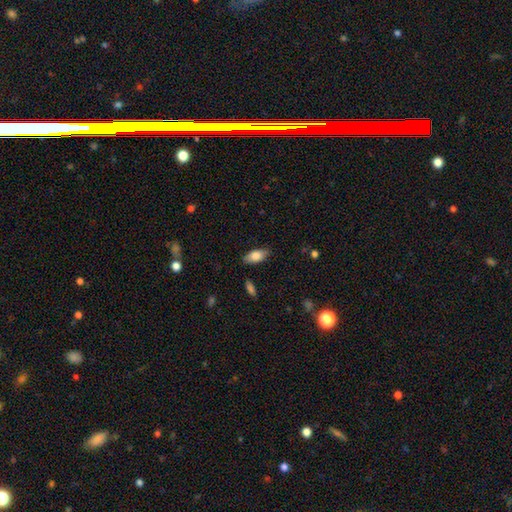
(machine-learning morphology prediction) smooth_or_featured: smooth (p=0.81) [alt: featured or disk p=0.12]
how_rounded: in between (p=0.89) [alt: cigar-shaped p=0.08]
merging: none (p=0.84) [alt: minor disturbance p=0.12]